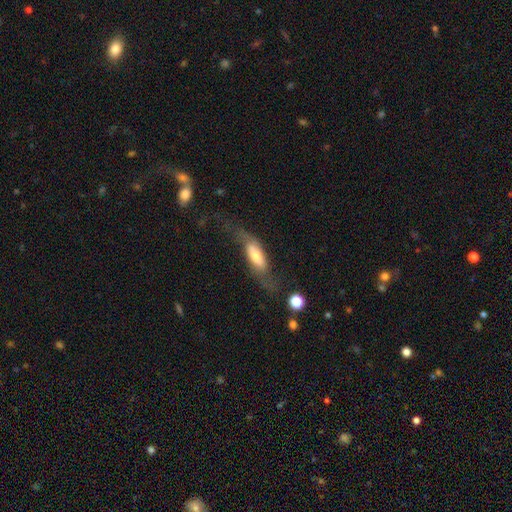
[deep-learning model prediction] smooth-or-featured: featured or disk: 49% | smooth: 44% | star or artifact: 7%
  merging: none: 43% | major disturbance: 31% | minor disturbance: 23% | merger: 4%